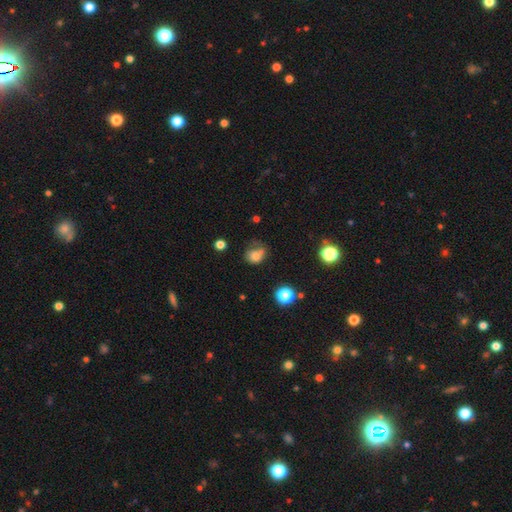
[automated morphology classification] A smooth galaxy with no disk features (73%) that is round (59%). Merging: none (36%).